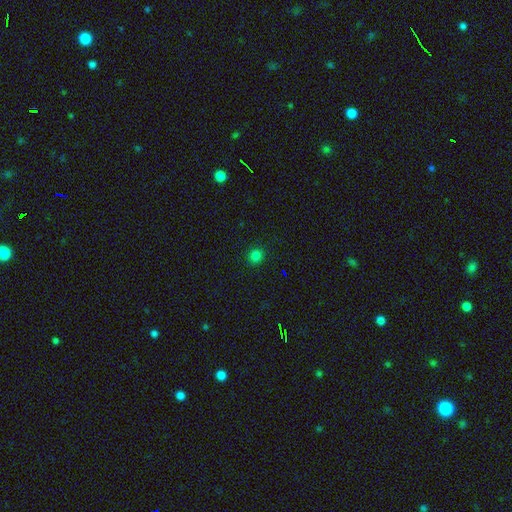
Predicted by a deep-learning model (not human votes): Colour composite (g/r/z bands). It shows a smooth galaxy with no disk features (80%) that is round (88%). Merging: none (91%).